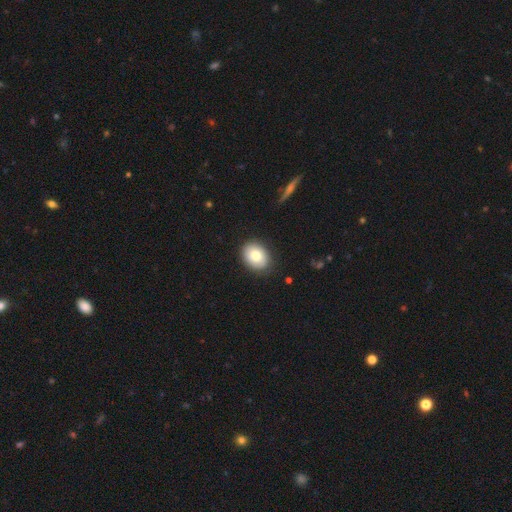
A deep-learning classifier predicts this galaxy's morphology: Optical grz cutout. It shows a smooth galaxy with no disk features (78%) that is in between round and cigar-shaped (64%). Merging: none (86%).